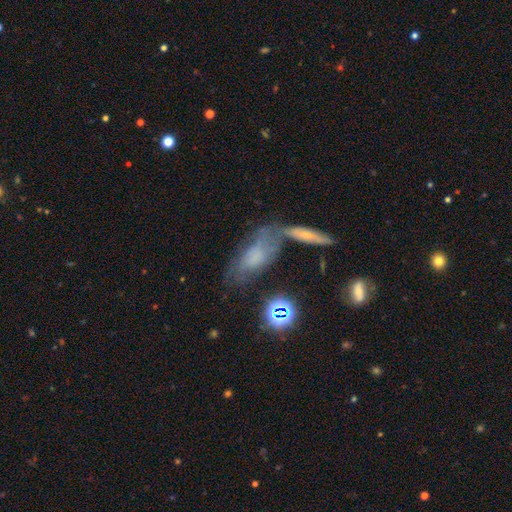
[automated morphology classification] Smooth or featured?
  - smooth: 51% *
  - featured or disk: 34%
  - star or artifact: 15%
How rounded?
  - in between: 76% *
  - cigar-shaped: 19%
  - round: 5%
Merging?
  - none: 41% *
  - merger: 25%
  - minor disturbance: 21%
  - major disturbance: 13%